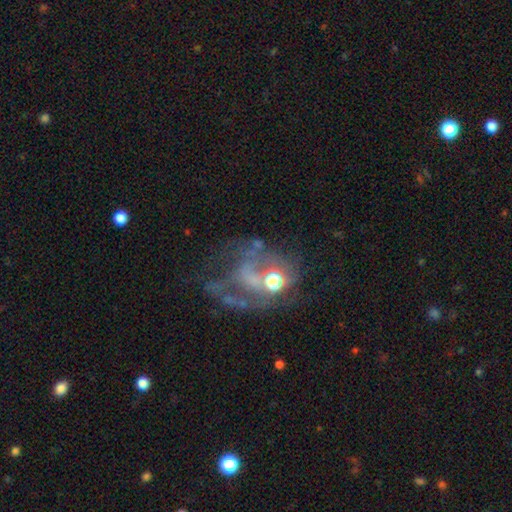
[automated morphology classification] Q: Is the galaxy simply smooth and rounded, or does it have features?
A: featured or disk — 61%.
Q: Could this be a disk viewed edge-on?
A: no — 97%.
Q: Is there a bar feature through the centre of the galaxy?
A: no — 78%.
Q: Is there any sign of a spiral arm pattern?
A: no — 63%.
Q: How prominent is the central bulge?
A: moderate — 41%.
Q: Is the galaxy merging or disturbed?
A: major disturbance — 41%.